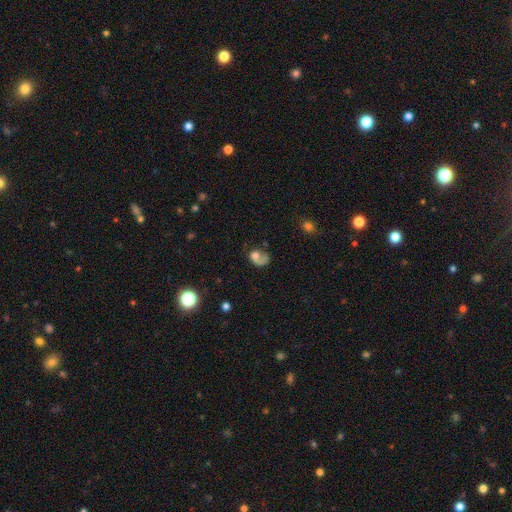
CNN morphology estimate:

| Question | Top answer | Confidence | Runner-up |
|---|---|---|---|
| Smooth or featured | smooth | 52% | featured or disk (37%) |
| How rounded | in between | 57% | round (41%) |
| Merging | major disturbance | 40% | none (32%) |